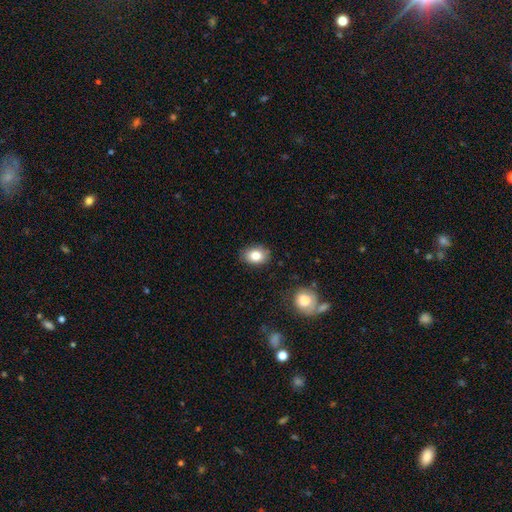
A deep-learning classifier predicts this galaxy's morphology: Overall: smooth (83%). How rounded: in between (71%). Merging: none (84%).